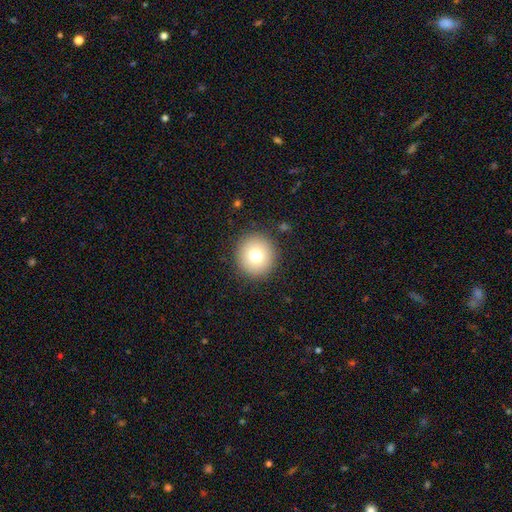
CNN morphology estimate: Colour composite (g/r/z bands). It shows a smooth galaxy with no disk features (74%) that is round (93%). Merging: none (90%).